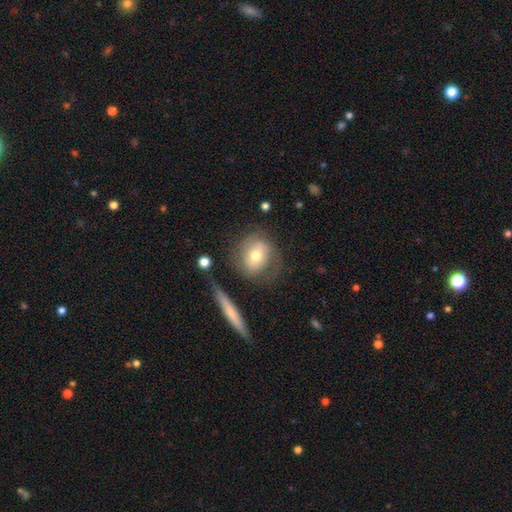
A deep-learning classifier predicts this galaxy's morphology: smooth 55%, featured or disk 38%, star or artifact 7%. Down the decision tree: how rounded — round (72%); merging — none (62%).